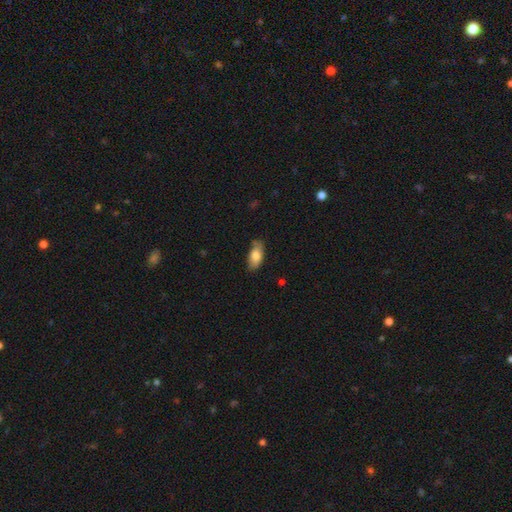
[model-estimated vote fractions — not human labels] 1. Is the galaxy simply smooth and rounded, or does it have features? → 81% smooth, 13% featured or disk, 6% star or artifact.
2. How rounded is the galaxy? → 88% in between, 9% cigar-shaped, 3% round.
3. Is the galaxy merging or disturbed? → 71% none, 23% minor disturbance, 4% major disturbance, 2% merger.